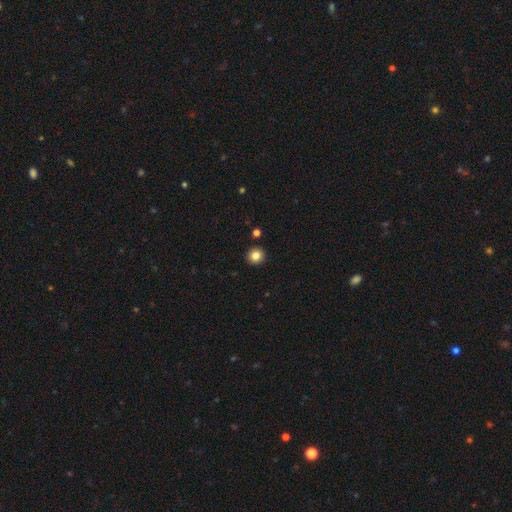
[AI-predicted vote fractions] Smooth or featured?
  - smooth: 84% *
  - star or artifact: 11%
  - featured or disk: 5%
How rounded?
  - round: 94% *
  - in between: 5%
  - cigar-shaped: 1%
Merging?
  - none: 92% *
  - minor disturbance: 4%
  - merger: 2%
  - major disturbance: 1%